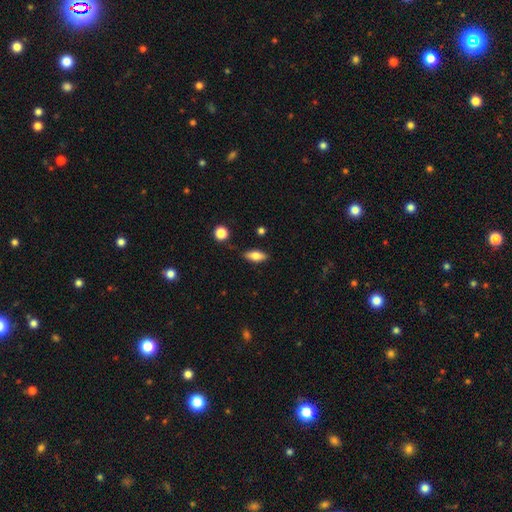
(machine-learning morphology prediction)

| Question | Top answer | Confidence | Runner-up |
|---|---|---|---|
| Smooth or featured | smooth | 73% | featured or disk (19%) |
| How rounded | in between | 77% | cigar-shaped (20%) |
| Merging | none | 84% | minor disturbance (12%) |